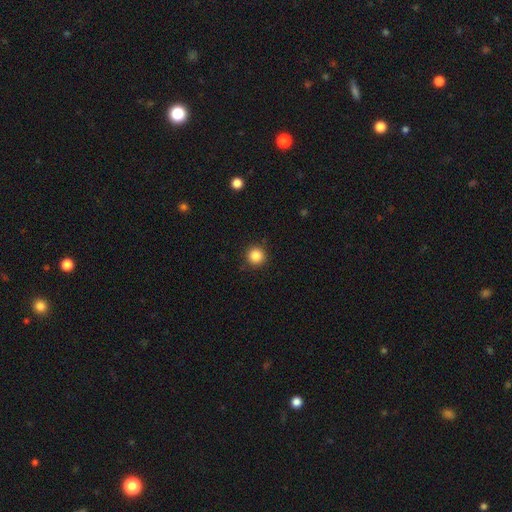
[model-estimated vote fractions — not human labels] Smooth or featured? smooth (86%)
How rounded? round (95%)
Merging? none (91%)